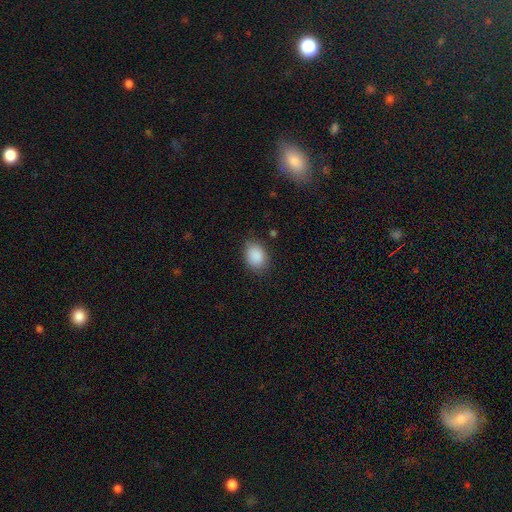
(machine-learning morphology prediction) smooth_or_featured: smooth (p=0.89) [alt: star or artifact p=0.08]
how_rounded: in between (p=0.69) [alt: round p=0.30]
merging: none (p=0.81) [alt: minor disturbance p=0.14]